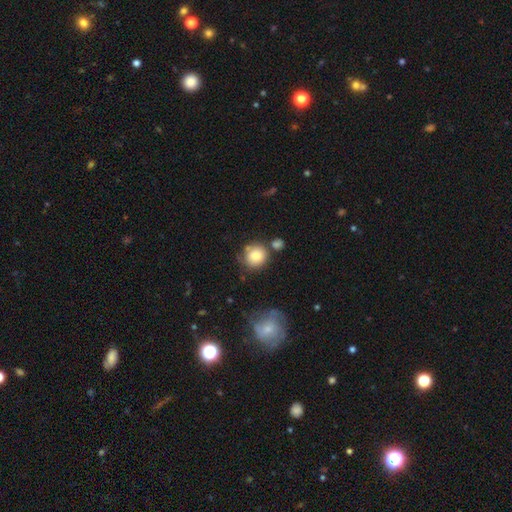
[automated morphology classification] smooth 82%, featured or disk 10%, star or artifact 8%. Down the decision tree: how rounded — round (86%); merging — none (66%).